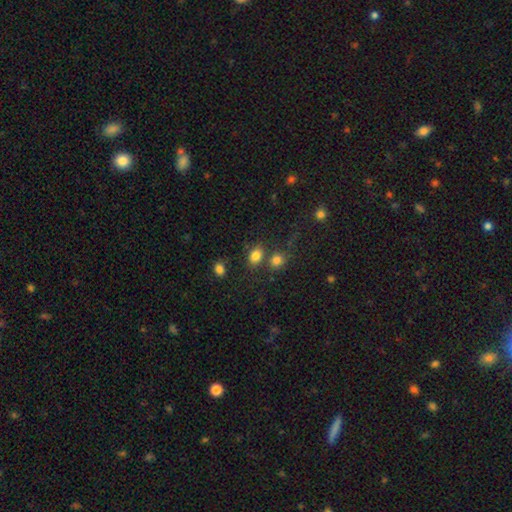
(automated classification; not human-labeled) Smooth or featured? smooth (82%)
How rounded? in between (65%)
Merging? none (65%)